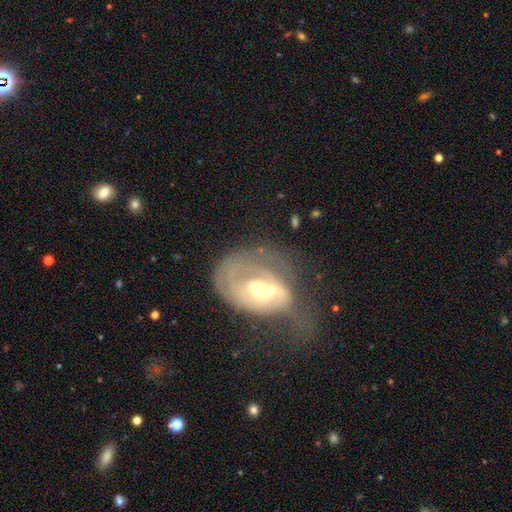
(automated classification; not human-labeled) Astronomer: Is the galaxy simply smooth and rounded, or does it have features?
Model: featured or disk — 71%.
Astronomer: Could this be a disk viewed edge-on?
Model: no — 96%.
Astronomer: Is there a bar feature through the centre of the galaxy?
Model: no — 52% (runner-up: weak, 36%).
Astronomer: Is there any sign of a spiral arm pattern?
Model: yes — 65%.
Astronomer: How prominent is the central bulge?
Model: moderate — 64%.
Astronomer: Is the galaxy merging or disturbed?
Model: major disturbance — 38% (runner-up: merger, 24%).